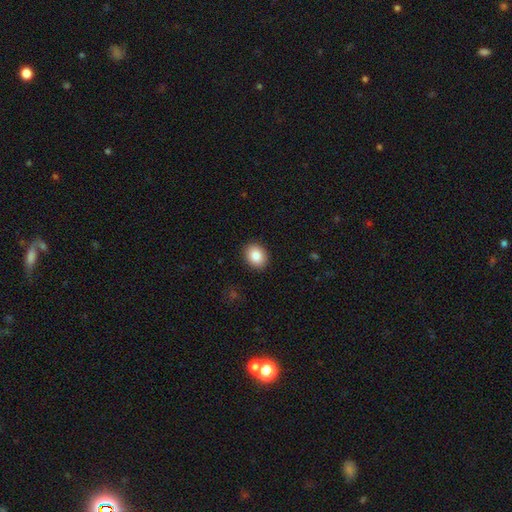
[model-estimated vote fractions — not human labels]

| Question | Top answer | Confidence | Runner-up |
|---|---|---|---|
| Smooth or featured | smooth | 87% | star or artifact (8%) |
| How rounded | in between | 54% | round (45%) |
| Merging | none | 91% | minor disturbance (7%) |